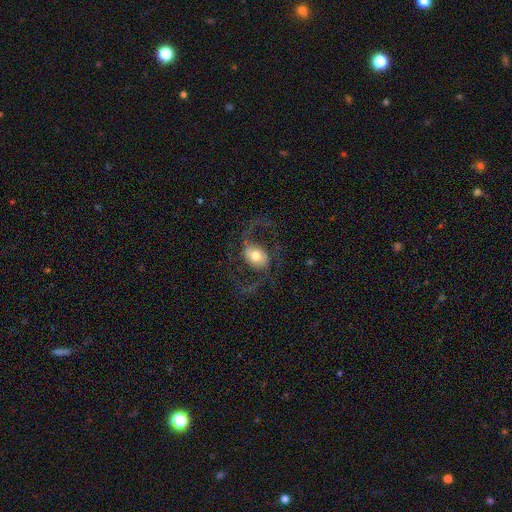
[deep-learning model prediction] Smooth or featured?
  - featured or disk: 78% *
  - smooth: 16%
  - star or artifact: 6%
Edge-on disk?
  - no: 97% *
  - yes: 3%
Bar?
  - no: 47% *
  - weak: 34%
  - strong: 19%
Spiral arms?
  - yes: 90% *
  - no: 10%
Spiral winding?
  - loose: 51% *
  - medium: 42%
  - tight: 7%
Spiral arm count?
  - 2: 91% *
  - 1: 3%
  - can't tell: 3%
  - 3: 2%
  - 4: 1%
  - more than 4: 1%
Bulge size?
  - moderate: 65% *
  - large: 17%
  - small: 14%
  - dominant: 3%
  - none: 1%
Merging?
  - none: 65% *
  - major disturbance: 20%
  - minor disturbance: 13%
  - merger: 2%